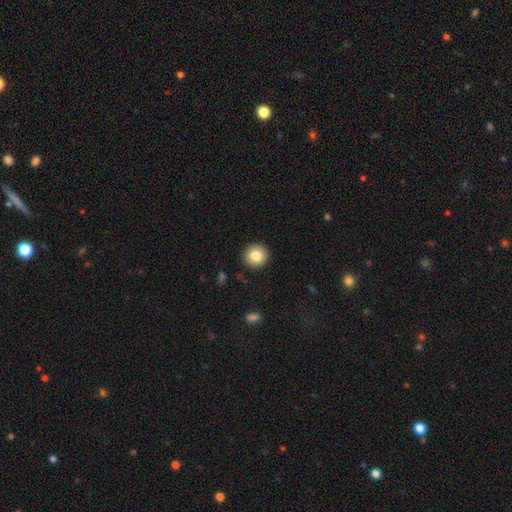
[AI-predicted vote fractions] A smooth galaxy with no disk features (83%) that is round (94%). Merging: none (92%).